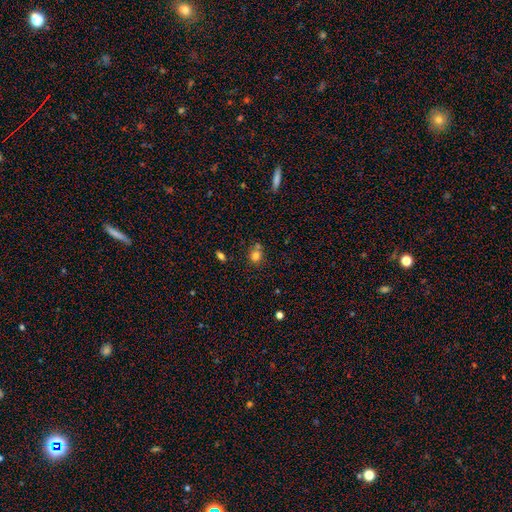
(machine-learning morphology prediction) type=smooth (77%); roundness=round (77%); merging=none (58%).